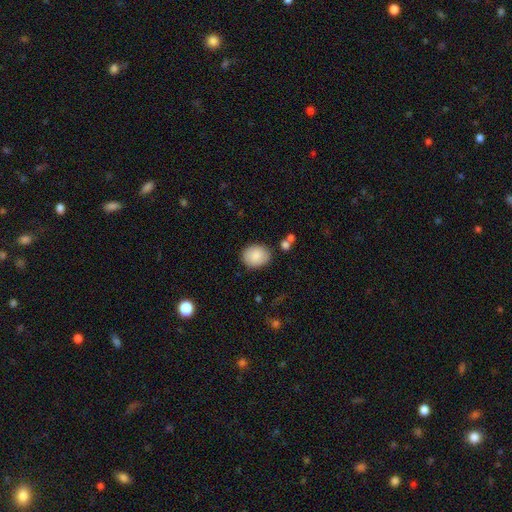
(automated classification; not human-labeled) Q: Smooth or featured?
A: smooth (88%); runner-up: star or artifact (7%)
Q: How rounded?
A: in between (50%); runner-up: round (49%)
Q: Merging?
A: none (84%); runner-up: minor disturbance (10%)